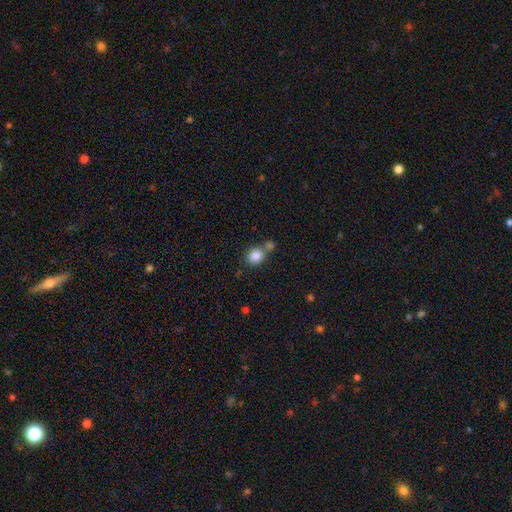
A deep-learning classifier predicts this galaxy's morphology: Q: Smooth or featured?
A: smooth (84%); runner-up: star or artifact (9%)
Q: How rounded?
A: round (66%); runner-up: in between (33%)
Q: Merging?
A: none (49%); runner-up: merger (37%)